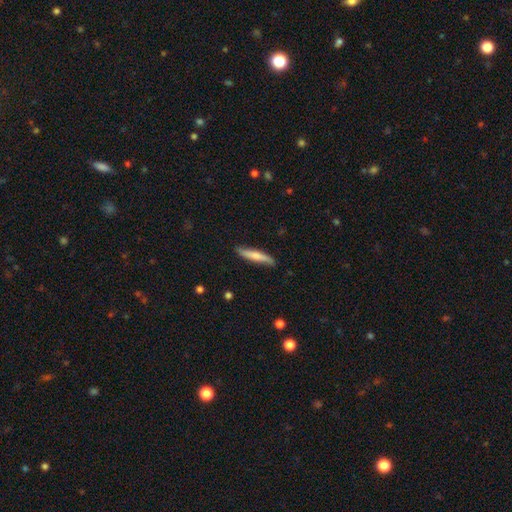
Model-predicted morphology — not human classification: The model was most divided on "smooth or featured": smooth: 66%, featured or disk: 28%, star or artifact: 5%. More confident: how rounded — cigar-shaped (90%); merging — none (84%).